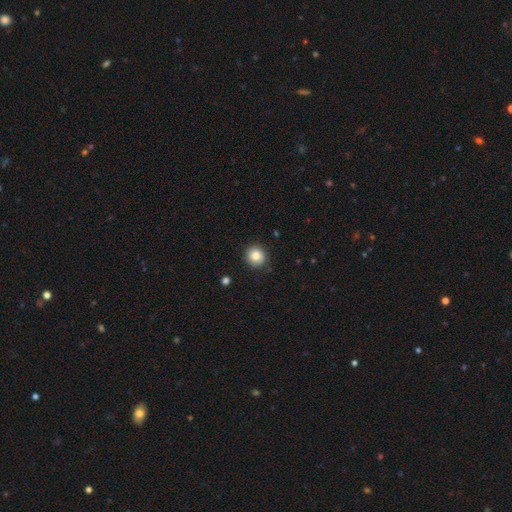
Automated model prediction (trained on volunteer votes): This appears to be a smooth galaxy with no disk features (82%) that is round (89%). Merging: none (84%).